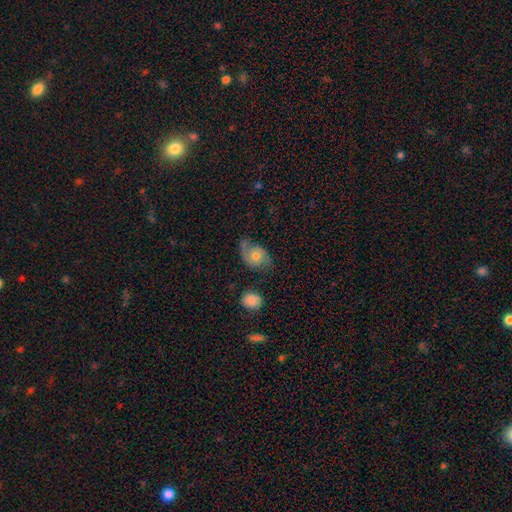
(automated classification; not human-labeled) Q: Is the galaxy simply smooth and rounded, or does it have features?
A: smooth — 47%.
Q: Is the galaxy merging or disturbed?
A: none — 47%.